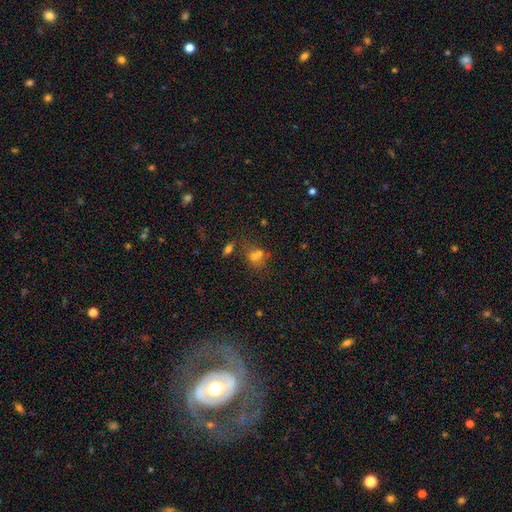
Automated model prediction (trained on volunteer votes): Smooth or featured?
  - smooth: 54% *
  - star or artifact: 30%
  - featured or disk: 16%
How rounded?
  - round: 61% *
  - in between: 36%
  - cigar-shaped: 2%
Merging?
  - none: 45% *
  - merger: 39%
  - minor disturbance: 10%
  - major disturbance: 6%